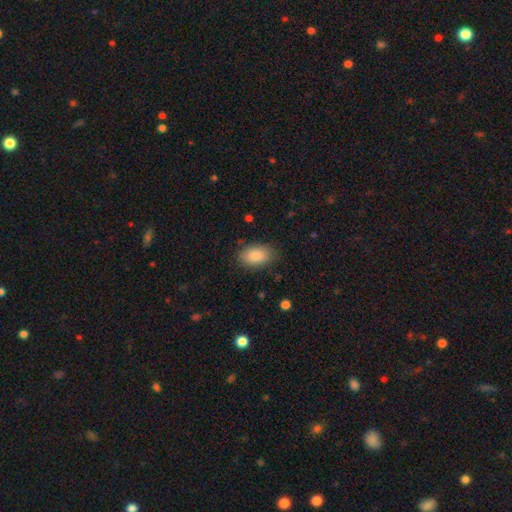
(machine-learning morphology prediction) Smooth or featured? Predicted: smooth (p=0.88). How rounded? Predicted: in between (p=0.92). Merging? Predicted: none (p=0.81).